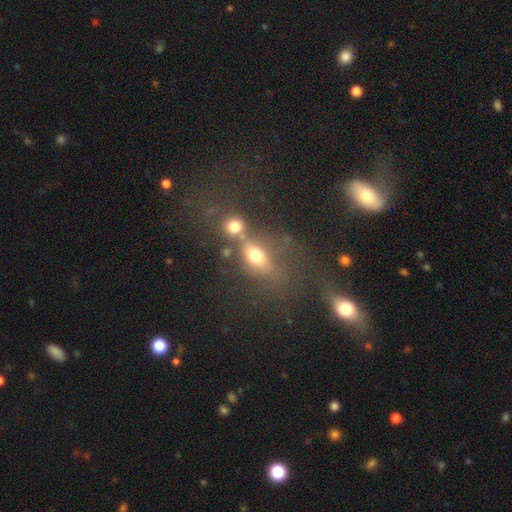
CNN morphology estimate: Q: Smooth or featured?
A: smooth (66%); runner-up: star or artifact (17%)
Q: How rounded?
A: in between (64%); runner-up: round (29%)
Q: Merging?
A: none (39%); runner-up: merger (37%)